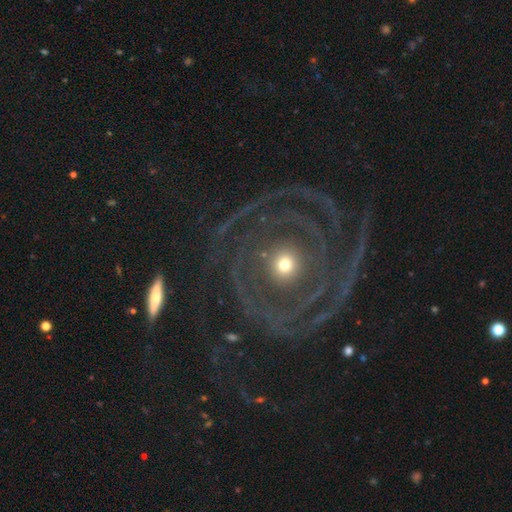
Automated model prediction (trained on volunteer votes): A featured or disk galaxy (90%) with no bar (71%), 2 (34%) tight (77%) spiral arms (96%) and a moderate central bulge (48%). Merging: none (73%).